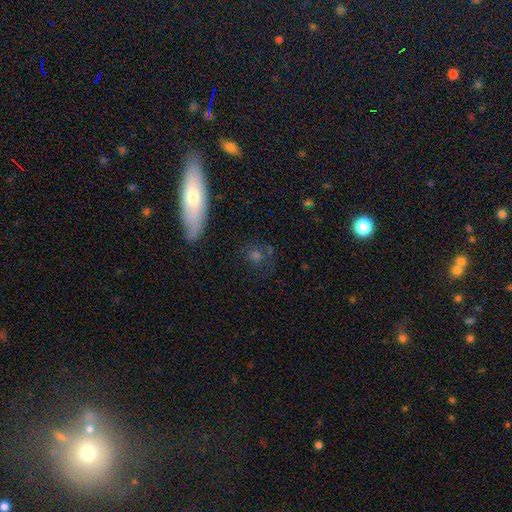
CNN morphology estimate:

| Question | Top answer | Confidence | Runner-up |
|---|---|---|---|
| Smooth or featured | smooth | 52% | featured or disk (26%) |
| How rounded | round | 53% | in between (35%) |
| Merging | none | 66% | minor disturbance (17%) |